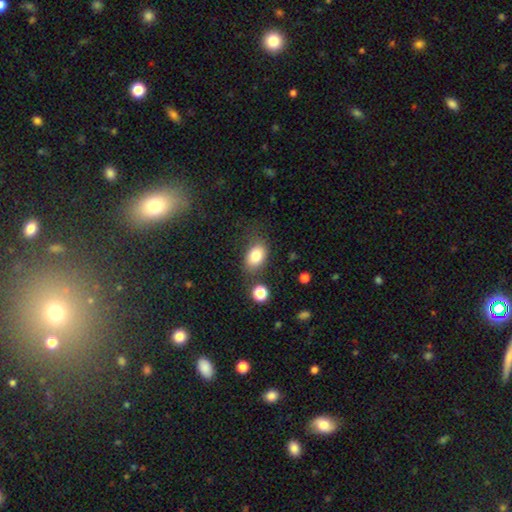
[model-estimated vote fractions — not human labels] A smooth galaxy with no disk features (82%) that is in between round and cigar-shaped (79%). Merging: none (68%).